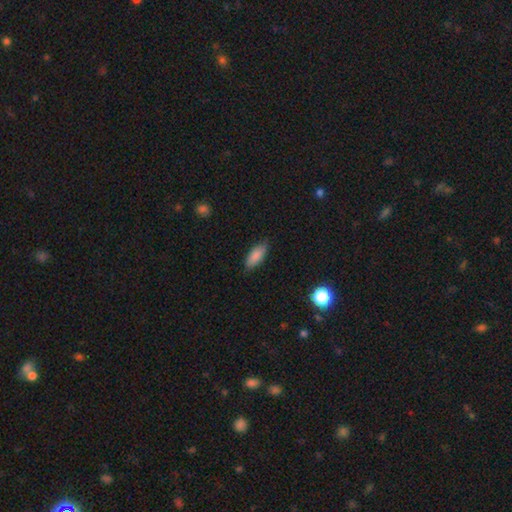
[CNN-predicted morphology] smooth-or-featured: smooth: 85% | featured or disk: 7% | star or artifact: 7%
  how-rounded: in between: 76% | cigar-shaped: 21% | round: 2%
  merging: none: 82% | minor disturbance: 14% | major disturbance: 3% | merger: 1%